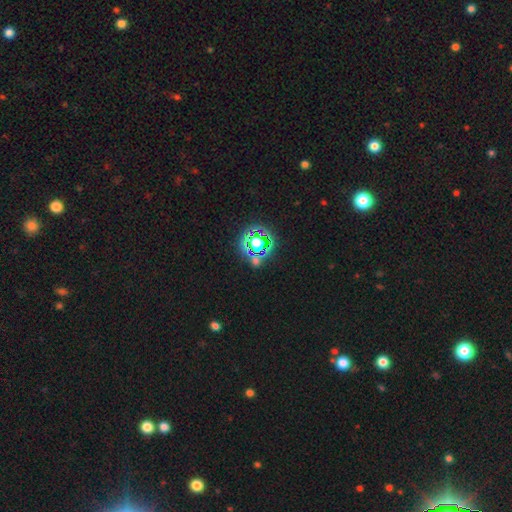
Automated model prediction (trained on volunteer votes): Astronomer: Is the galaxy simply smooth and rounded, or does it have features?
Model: star or artifact — 73%.